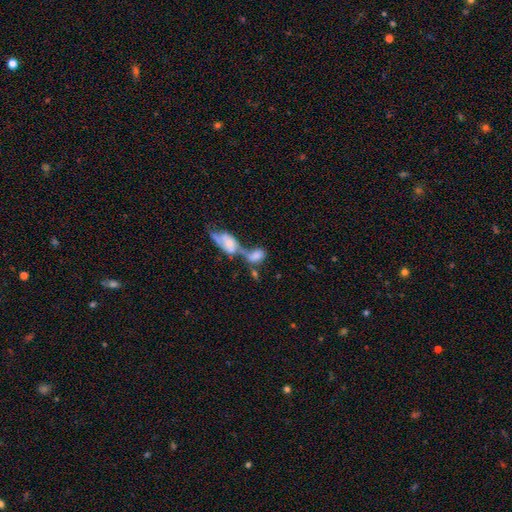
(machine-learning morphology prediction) smooth-or-featured: smooth: 65% | featured or disk: 26% | star or artifact: 9%
  how-rounded: in between: 85% | round: 10% | cigar-shaped: 6%
  merging: merger: 70% | none: 14% | major disturbance: 8% | minor disturbance: 8%